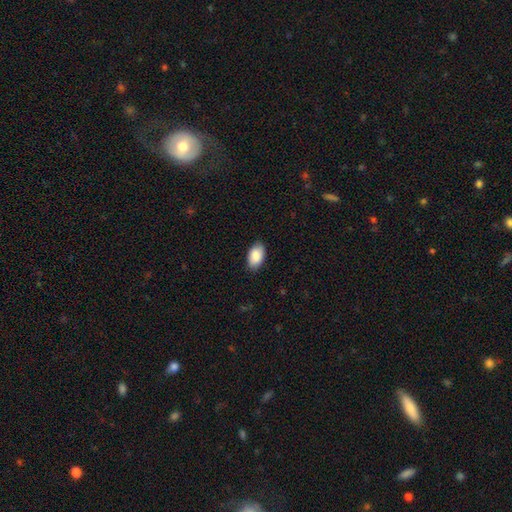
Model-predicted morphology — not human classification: Smooth or featured? Predicted: smooth (p=0.89). How rounded? Predicted: in between (p=0.95). Merging? Predicted: none (p=0.85).